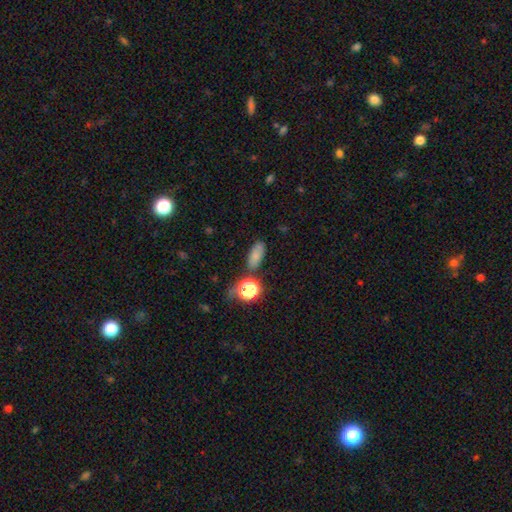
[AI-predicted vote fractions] smooth 75%, star or artifact 16%, featured or disk 9%. Down the decision tree: how rounded — in between (77%); merging — none (73%).